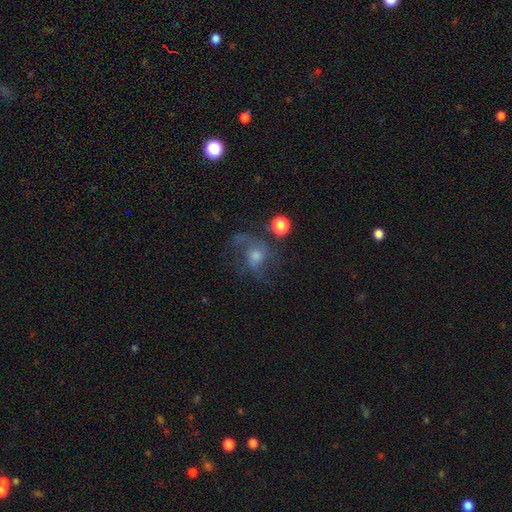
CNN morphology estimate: Smooth or featured: featured or disk — 59% (smooth — 24%)
Edge-on disk: no — 97% (yes — 3%)
Bar: no — 70% (weak — 25%)
Spiral arms: yes — 82% (no — 18%)
Bulge size: moderate — 47% (small — 32%)
Merging: none — 51% (major disturbance — 26%)